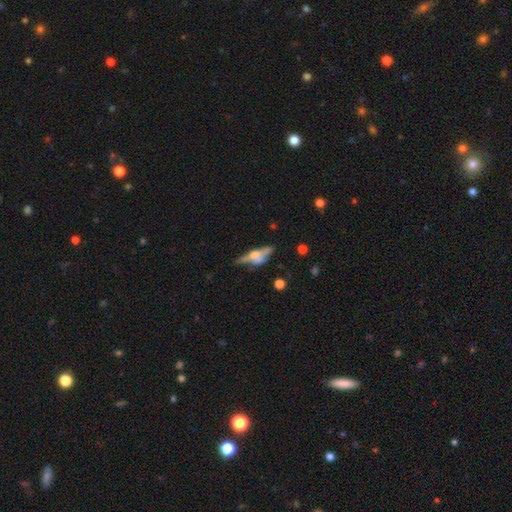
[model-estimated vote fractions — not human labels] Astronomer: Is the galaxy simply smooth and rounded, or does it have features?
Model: featured or disk — 52% (runner-up: smooth, 38%).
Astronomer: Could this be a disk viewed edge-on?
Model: yes — 67%.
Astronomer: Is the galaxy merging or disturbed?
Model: none — 39% (runner-up: minor disturbance, 23%).